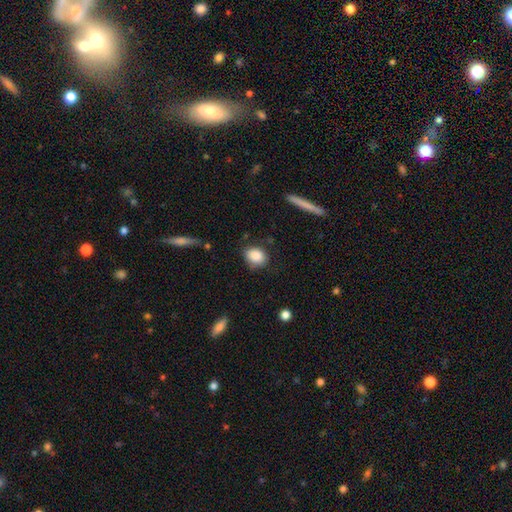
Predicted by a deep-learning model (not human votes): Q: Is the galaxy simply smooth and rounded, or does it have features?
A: smooth — 87%.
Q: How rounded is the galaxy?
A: in between — 54%.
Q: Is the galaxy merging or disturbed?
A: none — 75%.